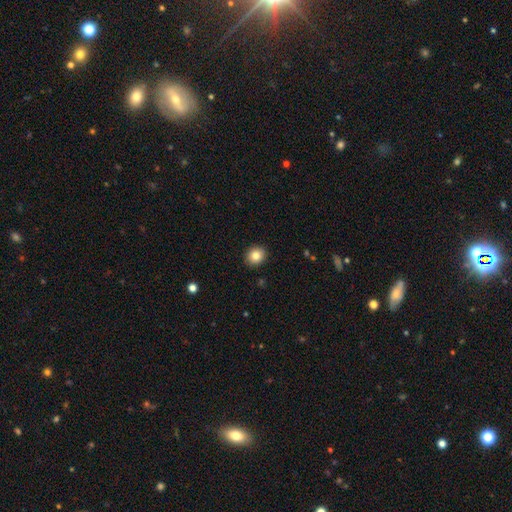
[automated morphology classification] Smooth or featured? smooth (83%)
How rounded? round (77%)
Merging? none (91%)